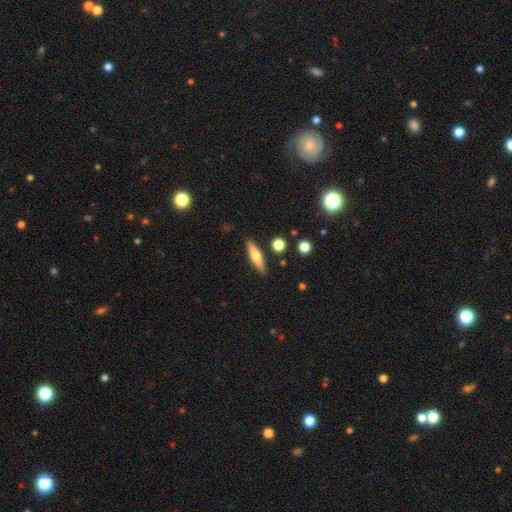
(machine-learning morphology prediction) type=smooth (54%); roundness=cigar-shaped (77%); merging=none (87%).